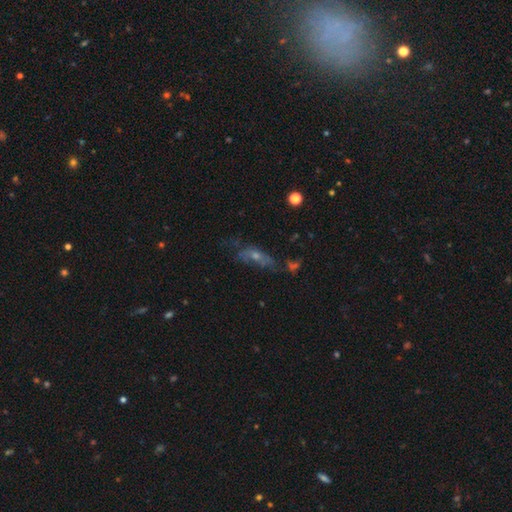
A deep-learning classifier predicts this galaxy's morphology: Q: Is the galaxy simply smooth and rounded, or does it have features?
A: featured or disk — 48%.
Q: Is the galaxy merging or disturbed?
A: none — 45%.